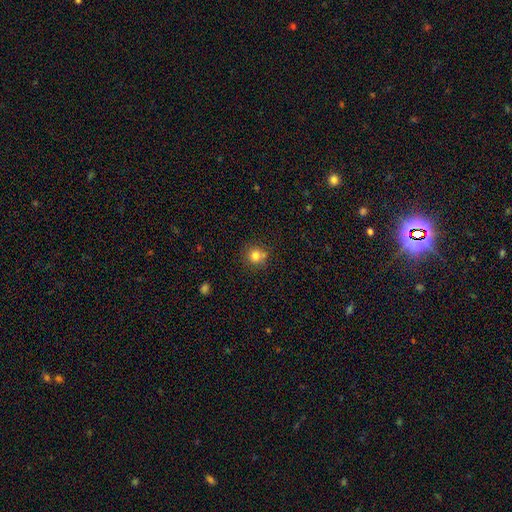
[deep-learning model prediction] smooth 80%, star or artifact 12%, featured or disk 8%. Down the decision tree: how rounded — round (88%); merging — none (72%).